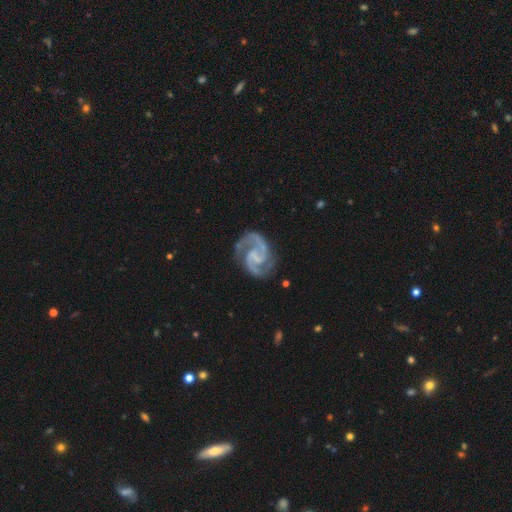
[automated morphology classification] Q: Smooth or featured?
A: featured or disk (93%); runner-up: star or artifact (4%)
Q: Edge-on disk?
A: no (98%); runner-up: yes (2%)
Q: Bar?
A: weak (48%); runner-up: no (34%)
Q: Spiral arms?
A: yes (98%); runner-up: no (2%)
Q: Spiral winding?
A: medium (62%); runner-up: tight (24%)
Q: Spiral arm count?
A: 2 (93%); runner-up: can't tell (2%)
Q: Bulge size?
A: none (55%); runner-up: small (31%)
Q: Merging?
A: none (77%); runner-up: minor disturbance (15%)